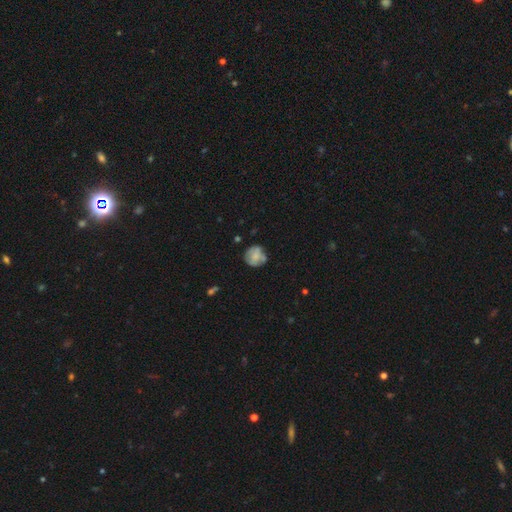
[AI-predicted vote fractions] This is possibly a smooth galaxy (60%). How rounded: clearly round (83%). Merging: possibly none (58%).